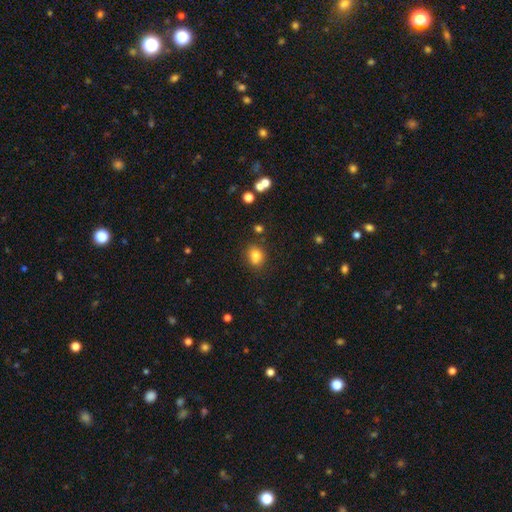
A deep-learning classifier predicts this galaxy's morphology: Smooth or featured? Predicted: smooth (p=0.80). How rounded? Predicted: round (p=0.58). Merging? Predicted: none (p=0.72).